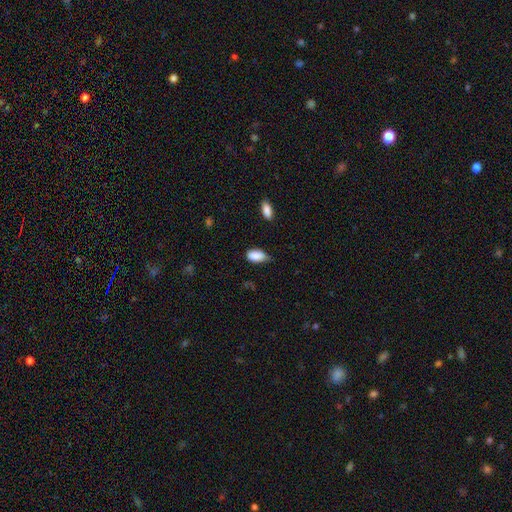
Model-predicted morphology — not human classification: Smooth or featured: smooth — 87% (star or artifact — 7%)
How rounded: in between — 92% (round — 4%)
Merging: none — 47% (minor disturbance — 42%)